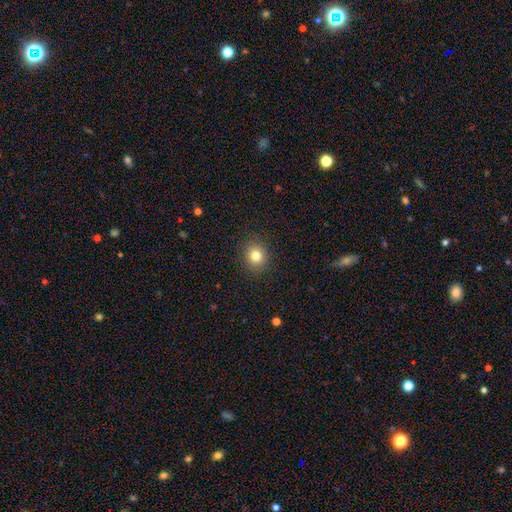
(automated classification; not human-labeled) smooth_or_featured: smooth (p=0.80) [alt: star or artifact p=0.13]
how_rounded: round (p=0.79) [alt: in between p=0.20]
merging: none (p=0.90) [alt: minor disturbance p=0.07]